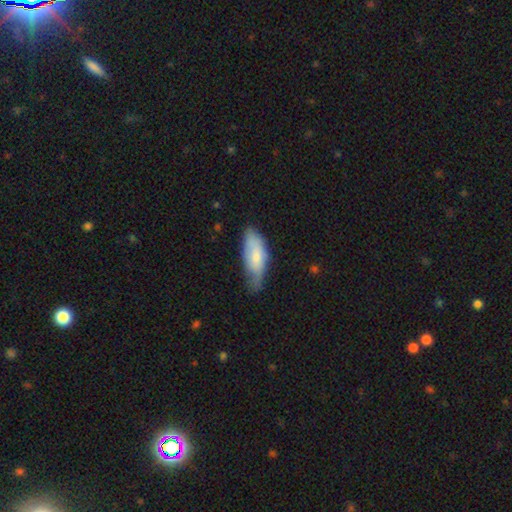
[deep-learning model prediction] Morphology: type=smooth (69%); roundness=in between (76%); merging=none (44%).